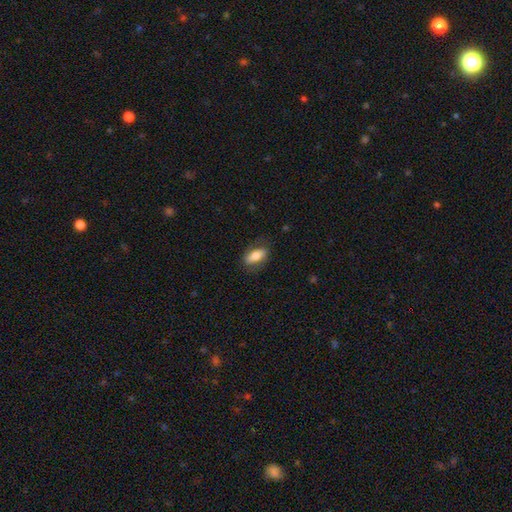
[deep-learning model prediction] Overall: smooth (75%). How rounded: in between (82%). Merging: none (79%).